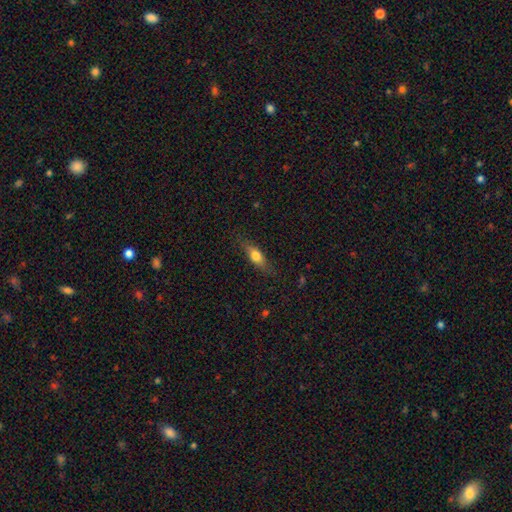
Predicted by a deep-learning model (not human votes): Smooth or featured: smooth — 65% (featured or disk — 28%)
How rounded: in between — 53% (cigar-shaped — 42%)
Merging: none — 79% (minor disturbance — 15%)